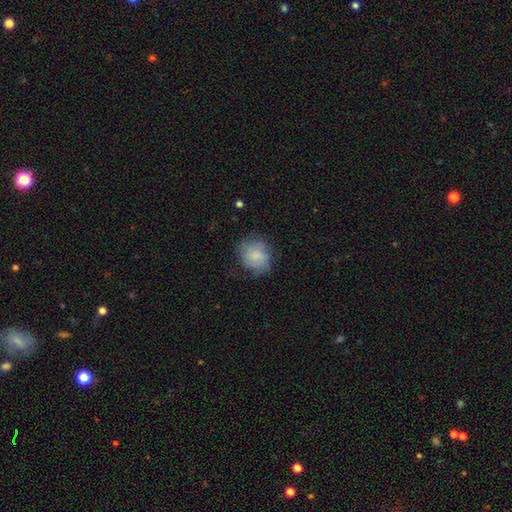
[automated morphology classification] A smooth galaxy with no disk features (65%) that is round (66%).

Vote fractions:
- Smooth or featured? smooth: 65% / featured or disk: 27% / star or artifact: 8%
- How rounded? round: 66% / in between: 33% / cigar-shaped: 1%
- Merging? none: 66% / minor disturbance: 24% / major disturbance: 9% / merger: 1%